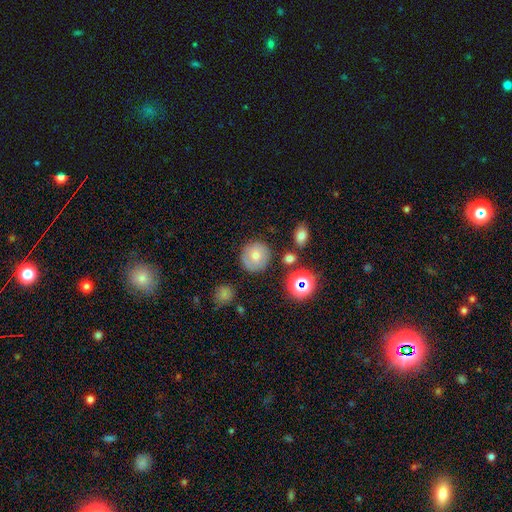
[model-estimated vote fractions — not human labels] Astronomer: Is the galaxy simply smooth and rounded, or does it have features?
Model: smooth — 68%.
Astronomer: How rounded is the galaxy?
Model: round — 91%.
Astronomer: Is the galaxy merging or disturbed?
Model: none — 80%.